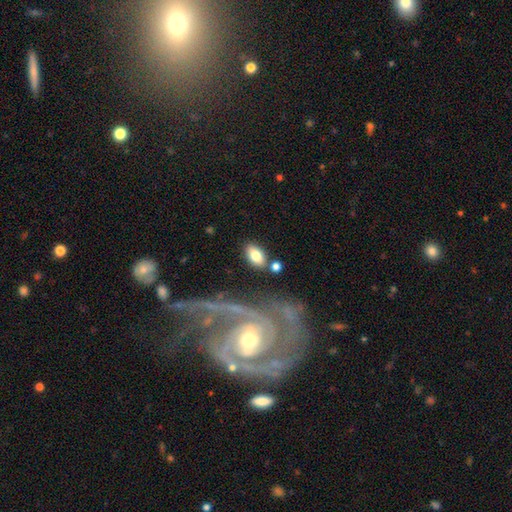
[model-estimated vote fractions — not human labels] Smooth or featured: smooth — 80% (featured or disk — 13%)
How rounded: in between — 91% (round — 6%)
Merging: none — 76% (minor disturbance — 12%)